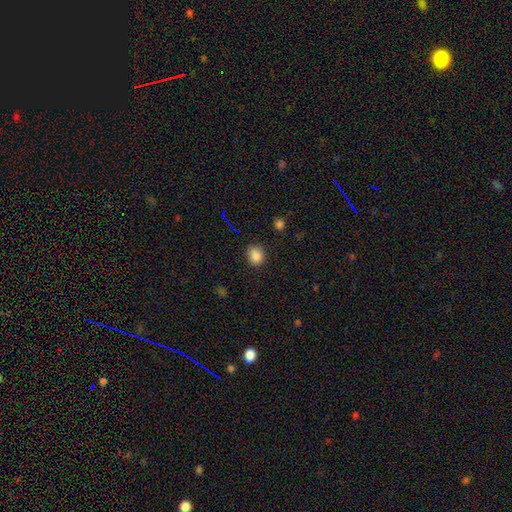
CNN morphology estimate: type=smooth (85%); roundness=round (67%); merging=none (86%).